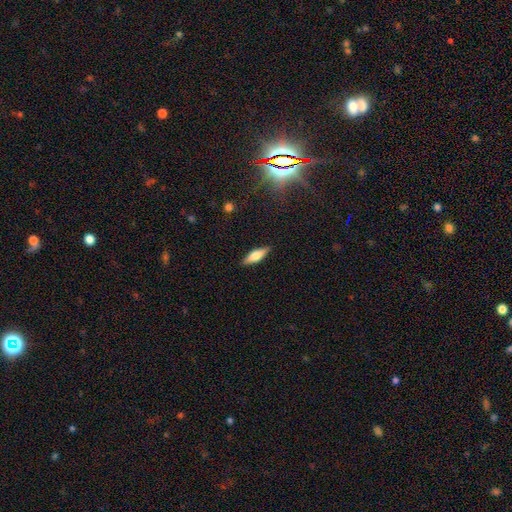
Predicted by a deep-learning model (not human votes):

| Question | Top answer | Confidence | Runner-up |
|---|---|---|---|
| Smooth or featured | smooth | 55% | featured or disk (38%) |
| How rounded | in between | 49% | tied: cigar-shaped (49%) |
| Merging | none | 88% | minor disturbance (9%) |